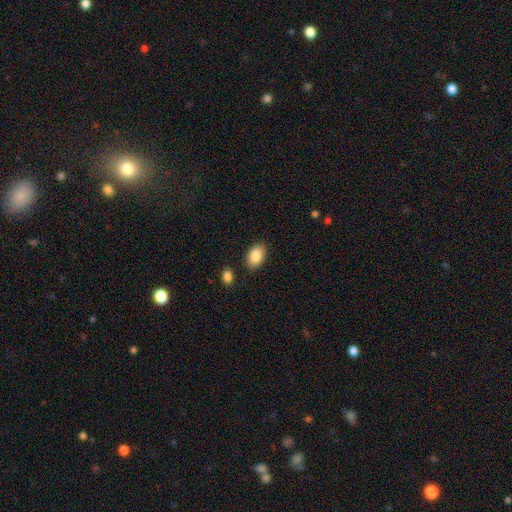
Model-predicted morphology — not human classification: A smooth galaxy with no disk features (87%) that is in between round and cigar-shaped (90%). Merging: none (85%).